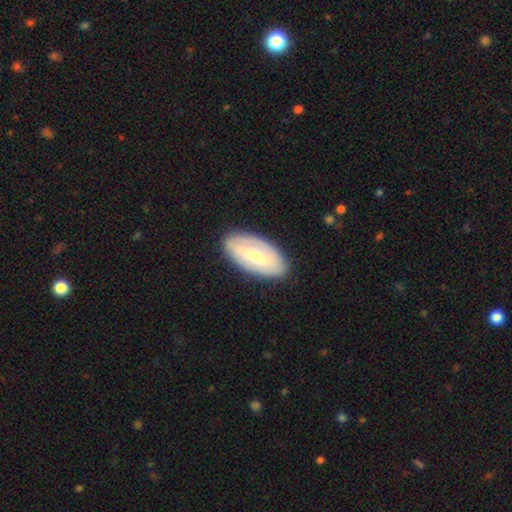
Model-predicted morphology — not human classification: Smooth or featured? Predicted: featured or disk (p=0.57). Edge-on disk? Predicted: no (p=0.92). Bar? Predicted: weak (p=0.43). Spiral arms? Predicted: yes (p=0.74). Bulge size? Predicted: small (p=0.65). Merging? Predicted: none (p=0.85).